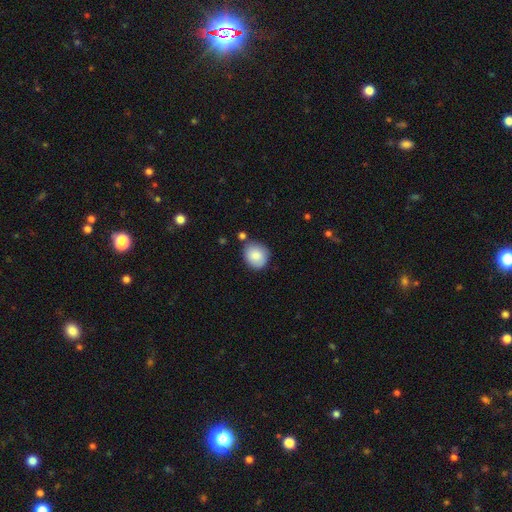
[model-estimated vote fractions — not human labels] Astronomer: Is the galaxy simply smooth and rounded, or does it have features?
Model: smooth — 84%.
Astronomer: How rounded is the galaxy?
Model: round — 77%.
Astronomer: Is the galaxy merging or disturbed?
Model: none — 76%.